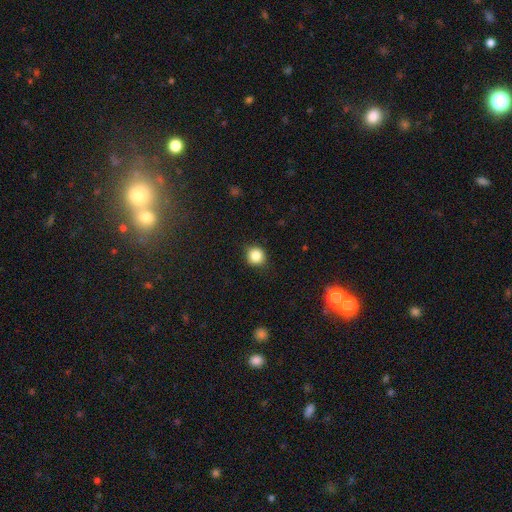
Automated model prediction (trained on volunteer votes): A smooth galaxy with no disk features (85%) that is round (89%).

Vote fractions:
- Smooth or featured? smooth: 85% / star or artifact: 11% / featured or disk: 5%
- How rounded? round: 89% / in between: 10% / cigar-shaped: 1%
- Merging? none: 87% / minor disturbance: 9% / major disturbance: 2% / merger: 1%